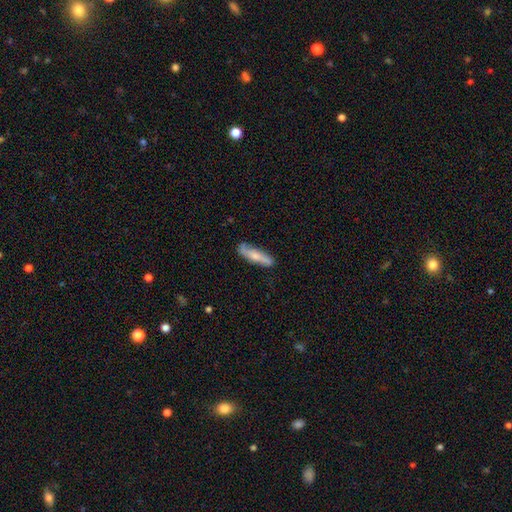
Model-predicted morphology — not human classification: Smooth or featured? smooth (58%)
How rounded? cigar-shaped (72%)
Merging? none (78%)